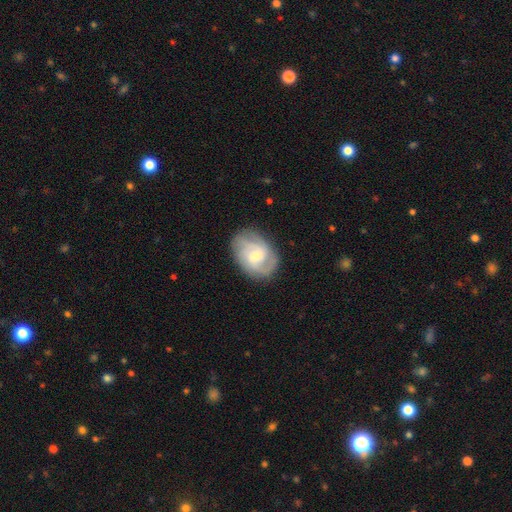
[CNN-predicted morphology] Q: Smooth or featured?
A: featured or disk (74%); runner-up: smooth (20%)
Q: Edge-on disk?
A: no (97%); runner-up: yes (3%)
Q: Bar?
A: weak (47%); runner-up: no (45%)
Q: Spiral arms?
A: yes (93%); runner-up: no (7%)
Q: Spiral winding?
A: medium (44%); runner-up: tight (40%)
Q: Spiral arm count?
A: 2 (37%); runner-up: 3 (27%)
Q: Bulge size?
A: moderate (54%); runner-up: small (39%)
Q: Merging?
A: none (78%); runner-up: minor disturbance (16%)